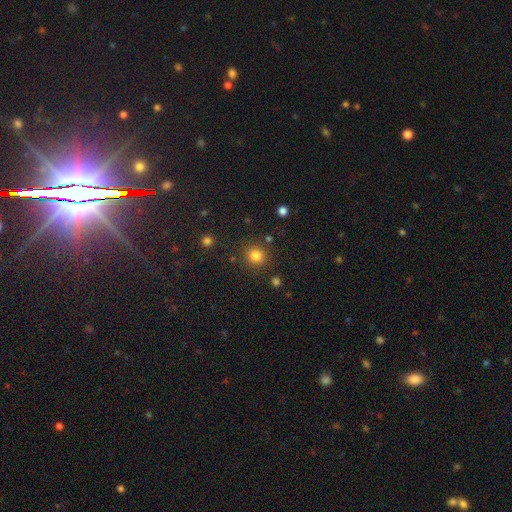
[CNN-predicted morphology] Q: Smooth or featured?
A: smooth (82%); runner-up: star or artifact (13%)
Q: How rounded?
A: round (90%); runner-up: in between (9%)
Q: Merging?
A: none (85%); runner-up: minor disturbance (8%)